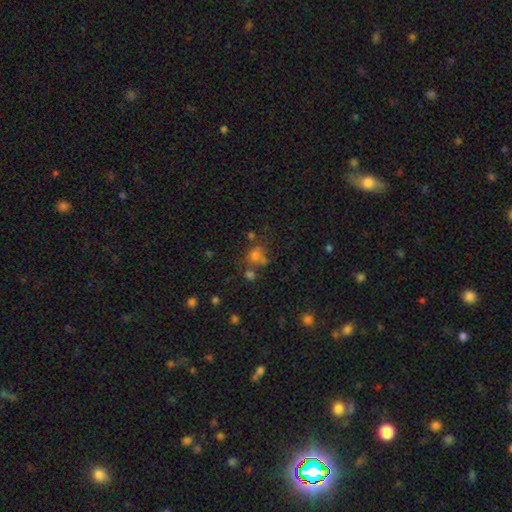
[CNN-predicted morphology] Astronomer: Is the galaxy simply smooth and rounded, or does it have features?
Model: smooth — 65%.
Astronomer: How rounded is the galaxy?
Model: round — 76%.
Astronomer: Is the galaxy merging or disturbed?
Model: none — 55%.